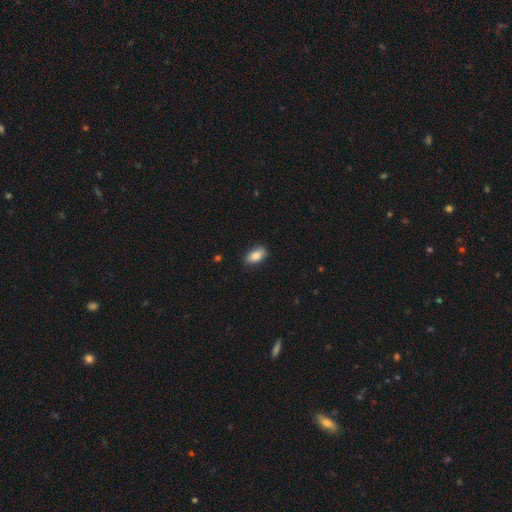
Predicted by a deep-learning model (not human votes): This is clearly a smooth galaxy (85%). How rounded: clearly in between (91%). Merging: clearly none (86%).